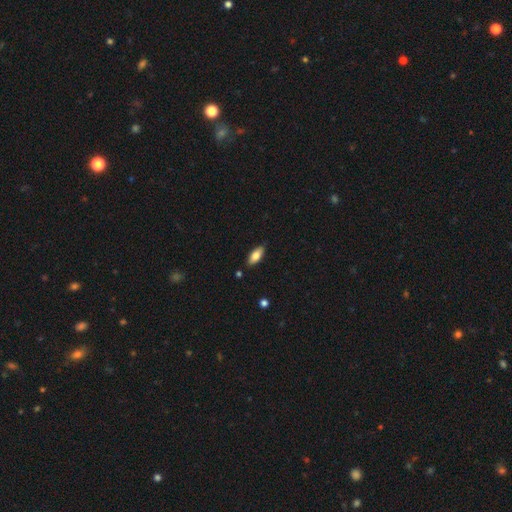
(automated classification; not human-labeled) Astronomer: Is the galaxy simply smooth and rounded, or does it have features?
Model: smooth — 78%.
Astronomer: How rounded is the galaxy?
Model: in between — 82%.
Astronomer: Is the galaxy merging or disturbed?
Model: none — 86%.